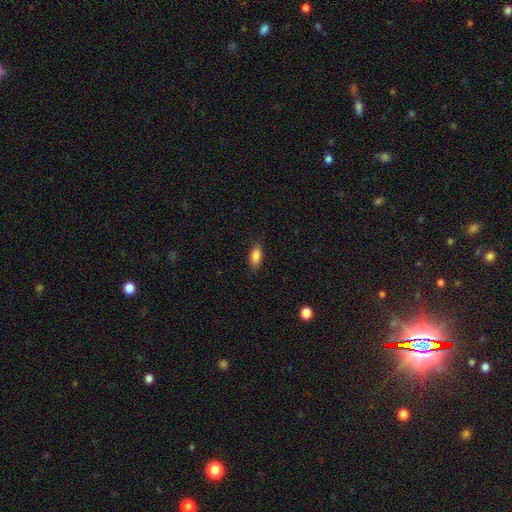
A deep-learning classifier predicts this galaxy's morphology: Smooth or featured? smooth (85%)
How rounded? in between (87%)
Merging? none (84%)